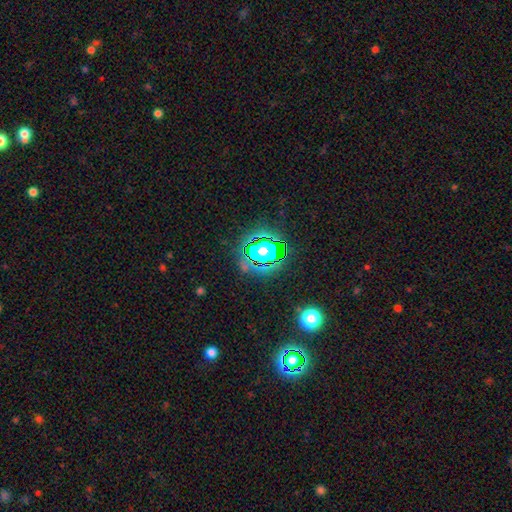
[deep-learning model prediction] A star or artifact, not a galaxy (79%).

Vote fractions:
- Smooth or featured? star or artifact: 79% / smooth: 13% / featured or disk: 8%